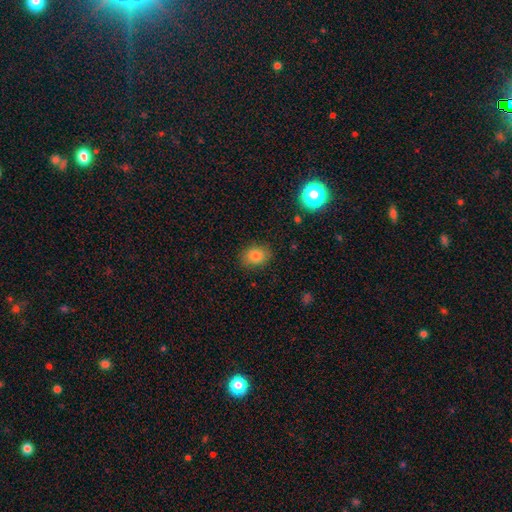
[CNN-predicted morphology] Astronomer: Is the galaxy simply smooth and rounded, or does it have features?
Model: smooth — 81%.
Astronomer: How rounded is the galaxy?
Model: in between — 63%.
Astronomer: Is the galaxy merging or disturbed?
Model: none — 85%.